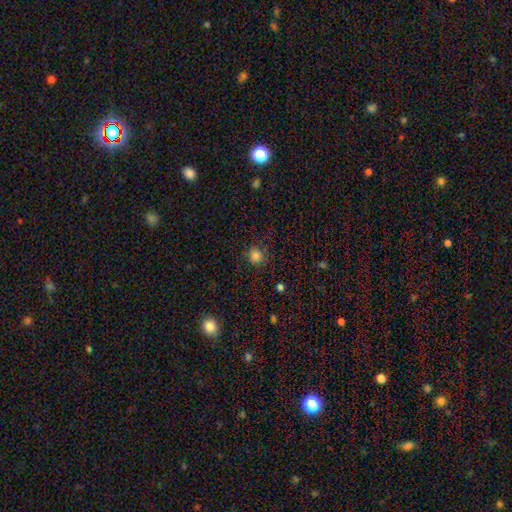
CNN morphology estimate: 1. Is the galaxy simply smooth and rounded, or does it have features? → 81% smooth, 15% star or artifact, 4% featured or disk.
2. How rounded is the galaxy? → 90% round, 9% in between, 1% cigar-shaped.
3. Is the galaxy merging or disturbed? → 83% none, 11% minor disturbance, 4% major disturbance, 2% merger.